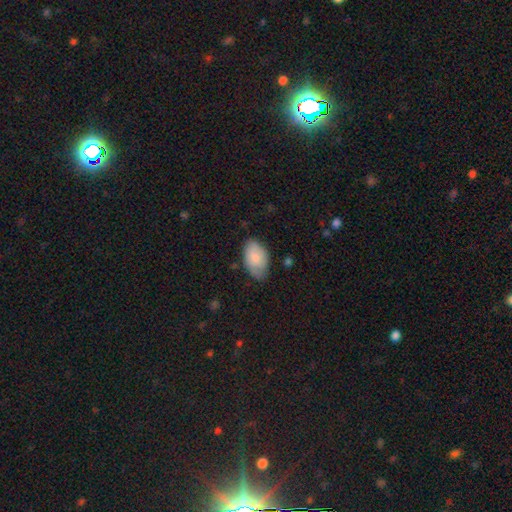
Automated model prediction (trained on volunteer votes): Morphology: type=smooth (82%); roundness=in between (93%); merging=none (63%).